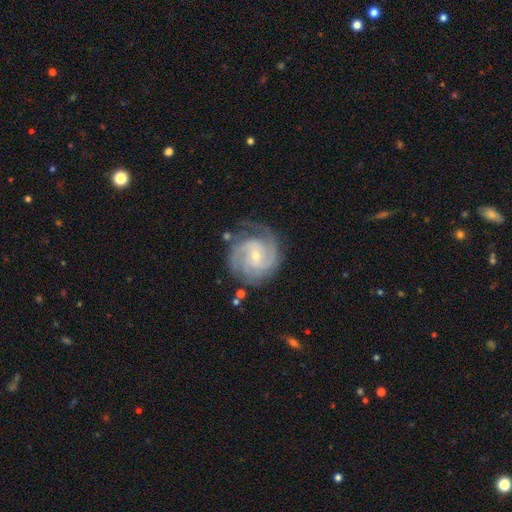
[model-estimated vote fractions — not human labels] smooth_or_featured: featured or disk (p=0.89) [alt: smooth p=0.06]
disk_edge_on: no (p=0.98) [alt: yes p=0.02]
bar: no (p=0.50) [alt: weak p=0.40]
has_spiral_arms: yes (p=0.98) [alt: no p=0.02]
spiral_winding: tight (p=0.60) [alt: medium p=0.34]
spiral_arm_count: 2 (p=0.36) [alt: 3 p=0.31]
bulge_size: small (p=0.69) [alt: moderate p=0.28]
merging: none (p=0.74) [alt: minor disturbance p=0.17]